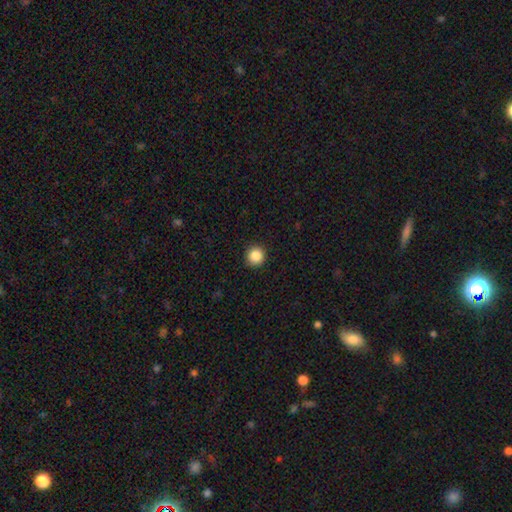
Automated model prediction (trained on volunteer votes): Smooth or featured? Predicted: smooth (p=0.87). How rounded? Predicted: round (p=0.95). Merging? Predicted: none (p=0.93).